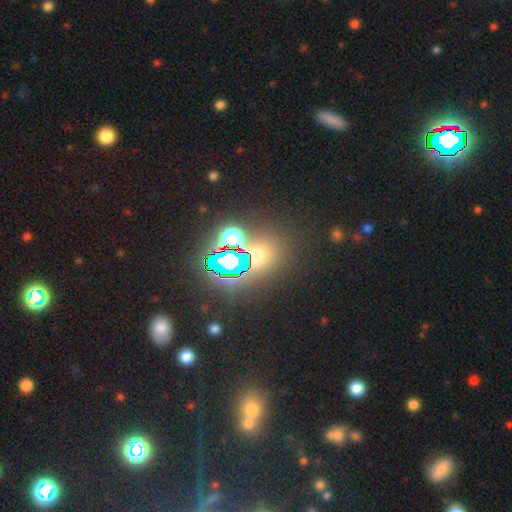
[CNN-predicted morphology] smooth-or-featured: star or artifact: 53% | smooth: 39% | featured or disk: 8%